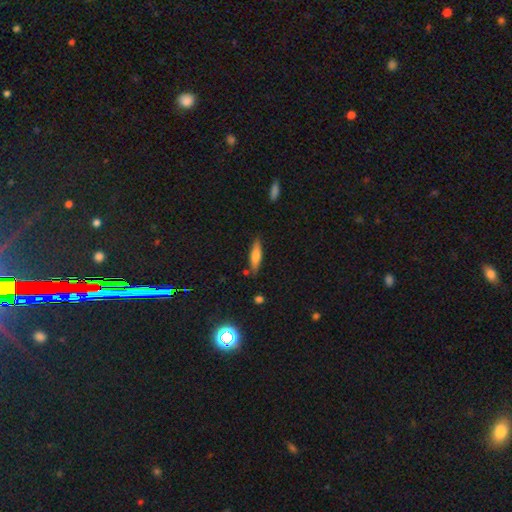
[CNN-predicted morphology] Smooth or featured: smooth — 68% (featured or disk — 25%)
How rounded: cigar-shaped — 66% (in between — 33%)
Merging: none — 82% (minor disturbance — 13%)